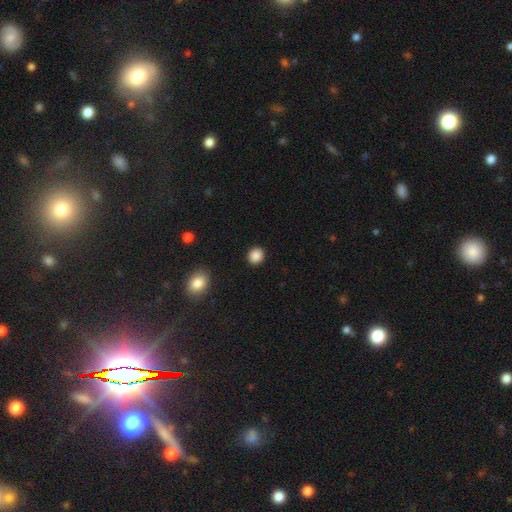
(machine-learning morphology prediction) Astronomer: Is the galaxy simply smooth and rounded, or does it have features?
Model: smooth — 88%.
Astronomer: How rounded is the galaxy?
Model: round — 81%.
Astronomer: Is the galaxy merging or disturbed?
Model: none — 91%.